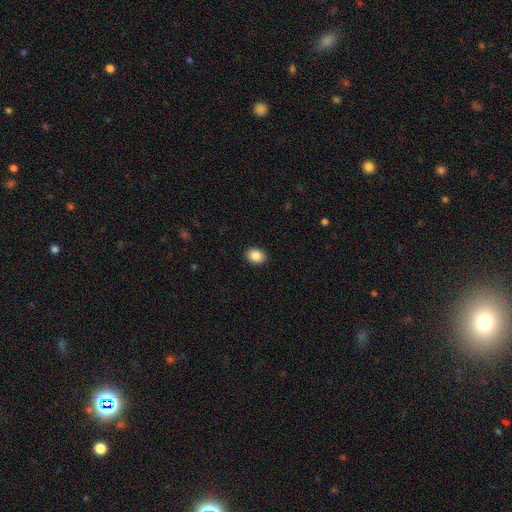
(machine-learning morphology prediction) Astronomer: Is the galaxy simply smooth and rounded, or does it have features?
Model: smooth — 88%.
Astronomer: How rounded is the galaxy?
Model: in between — 60% (runner-up: round, 39%).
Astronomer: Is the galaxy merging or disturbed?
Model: none — 91%.